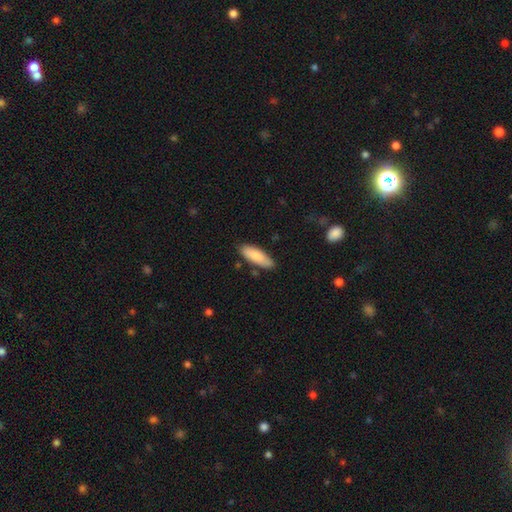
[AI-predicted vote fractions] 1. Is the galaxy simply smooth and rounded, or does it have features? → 83% smooth, 12% featured or disk, 6% star or artifact.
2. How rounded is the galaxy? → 59% in between, 39% cigar-shaped, 2% round.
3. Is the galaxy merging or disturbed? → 80% none, 15% minor disturbance, 3% merger, 2% major disturbance.